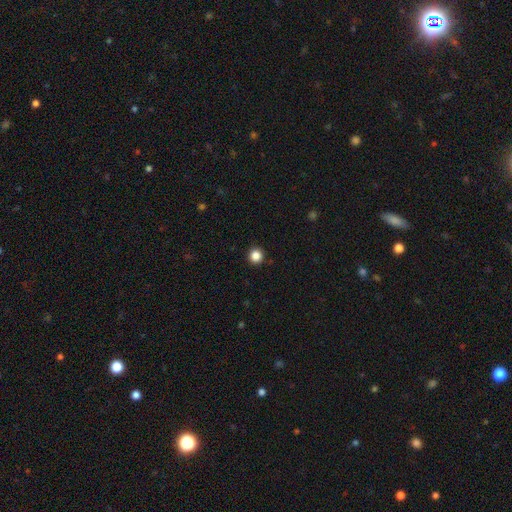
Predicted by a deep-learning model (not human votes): Q: Smooth or featured?
A: smooth (85%); runner-up: star or artifact (12%)
Q: How rounded?
A: round (95%); runner-up: in between (4%)
Q: Merging?
A: none (93%); runner-up: minor disturbance (5%)